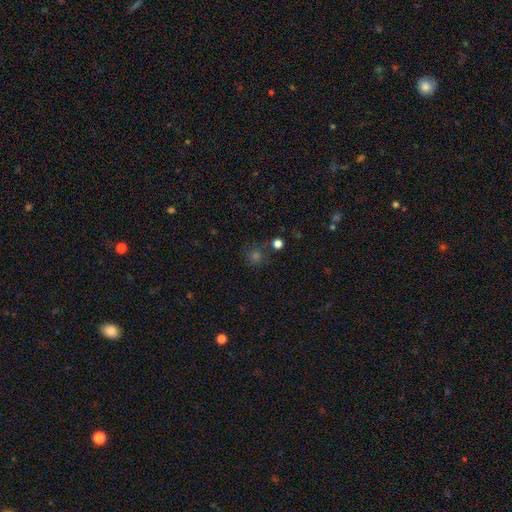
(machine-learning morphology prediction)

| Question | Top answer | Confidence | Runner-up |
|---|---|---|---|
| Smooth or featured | smooth | 58% | star or artifact (33%) |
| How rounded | round | 91% | in between (8%) |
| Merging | none | 81% | minor disturbance (10%) |